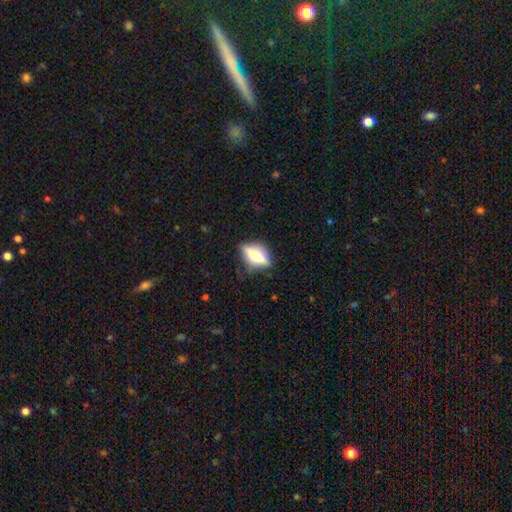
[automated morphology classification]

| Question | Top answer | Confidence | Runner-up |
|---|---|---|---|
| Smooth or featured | smooth | 49% | featured or disk (42%) |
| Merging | none | 75% | minor disturbance (17%) |